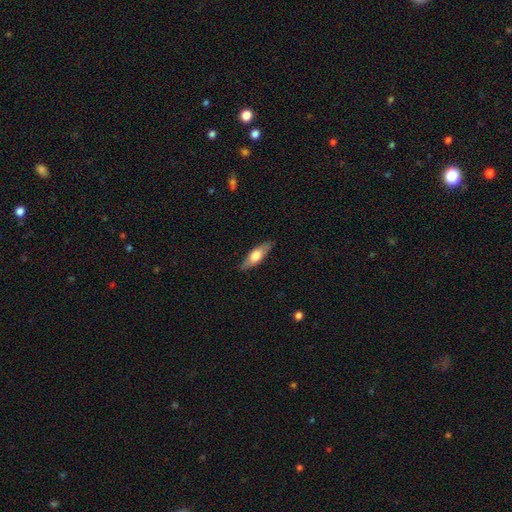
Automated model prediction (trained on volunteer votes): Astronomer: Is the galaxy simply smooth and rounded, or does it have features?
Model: smooth — 58% (runner-up: featured or disk, 37%).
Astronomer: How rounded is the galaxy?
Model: in between — 52% (runner-up: cigar-shaped, 45%).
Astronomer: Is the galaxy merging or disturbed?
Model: none — 85%.